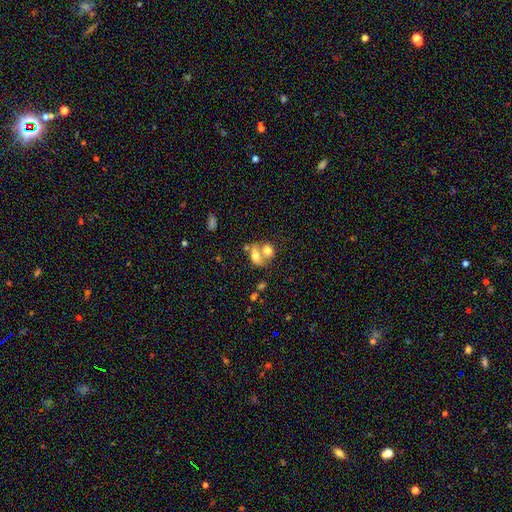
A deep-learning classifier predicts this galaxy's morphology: type=smooth (68%); roundness=in between (73%); merging=merger (63%).